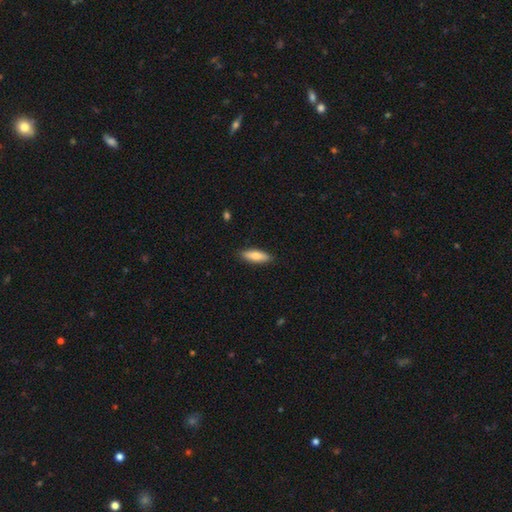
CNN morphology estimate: smooth_or_featured: smooth (p=0.76) [alt: featured or disk p=0.18]
how_rounded: in between (p=0.50) [alt: cigar-shaped p=0.48]
merging: none (p=0.88) [alt: minor disturbance p=0.09]